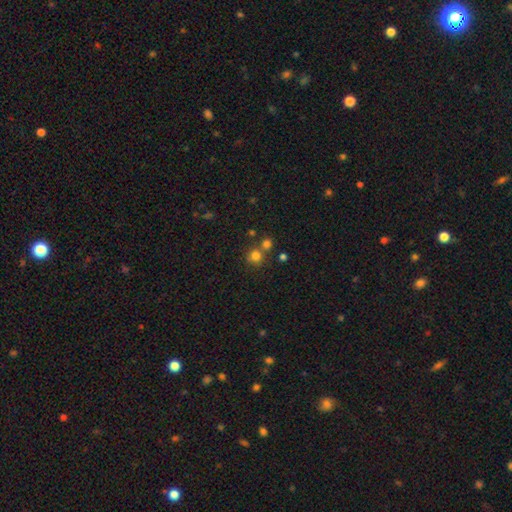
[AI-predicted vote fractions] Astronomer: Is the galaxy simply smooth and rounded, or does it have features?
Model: smooth — 76%.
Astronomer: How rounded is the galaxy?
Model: round — 90%.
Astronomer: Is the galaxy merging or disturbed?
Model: none — 64%.